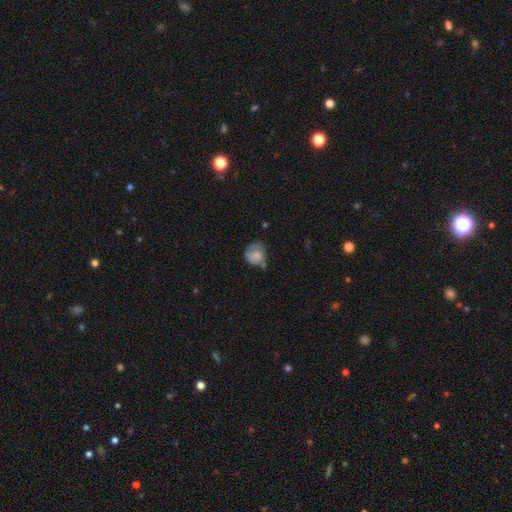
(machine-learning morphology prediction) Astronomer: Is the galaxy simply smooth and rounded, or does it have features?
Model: smooth — 62%.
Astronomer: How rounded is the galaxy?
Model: round — 66%.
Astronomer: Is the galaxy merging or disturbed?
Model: none — 36% (runner-up: minor disturbance, 34%).